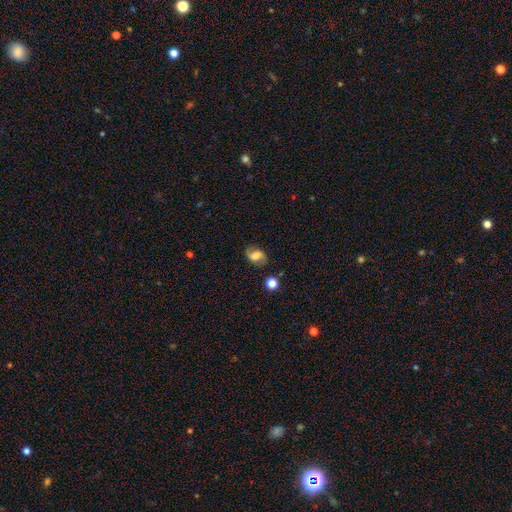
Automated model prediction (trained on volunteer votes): Smooth or featured? featured or disk (46%)
Merging? none (74%)